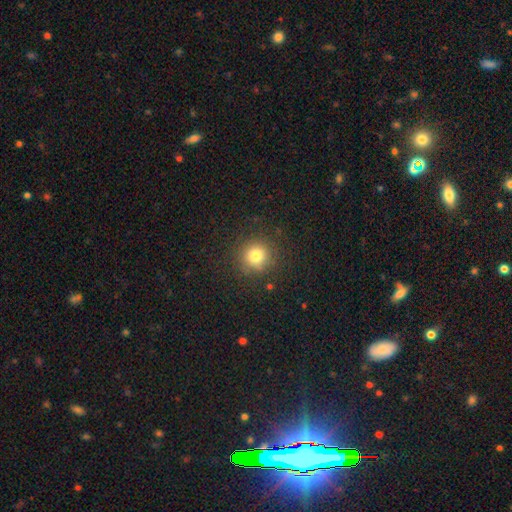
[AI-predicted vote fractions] Smooth or featured? Predicted: smooth (p=0.78). How rounded? Predicted: round (p=0.93). Merging? Predicted: none (p=0.87).